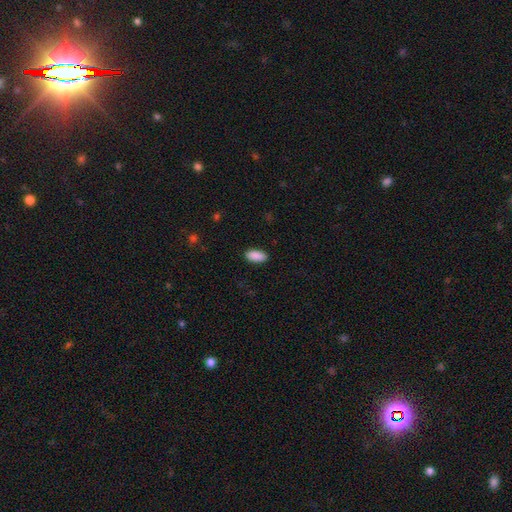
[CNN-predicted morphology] Smooth or featured? smooth (90%)
How rounded? in between (92%)
Merging? none (88%)